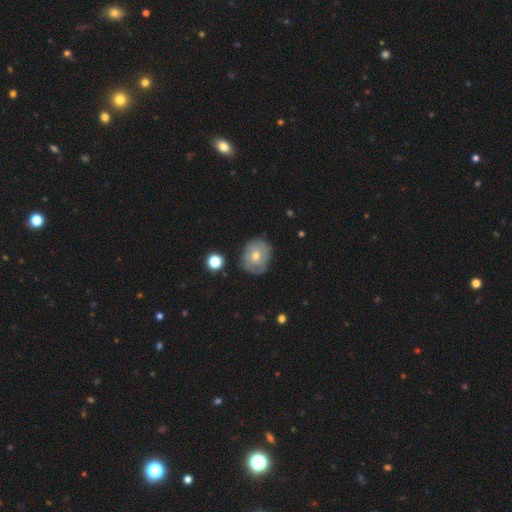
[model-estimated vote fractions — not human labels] This is possibly a featured or disk galaxy (45%, tied with smooth). Merging: likely none (77%).